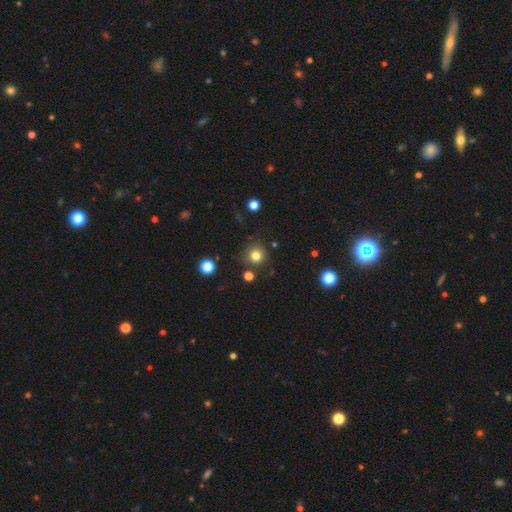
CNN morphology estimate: Smooth or featured?
  - smooth: 80% *
  - star or artifact: 14%
  - featured or disk: 6%
How rounded?
  - round: 93% *
  - in between: 6%
  - cigar-shaped: 1%
Merging?
  - none: 83% *
  - minor disturbance: 10%
  - merger: 4%
  - major disturbance: 3%